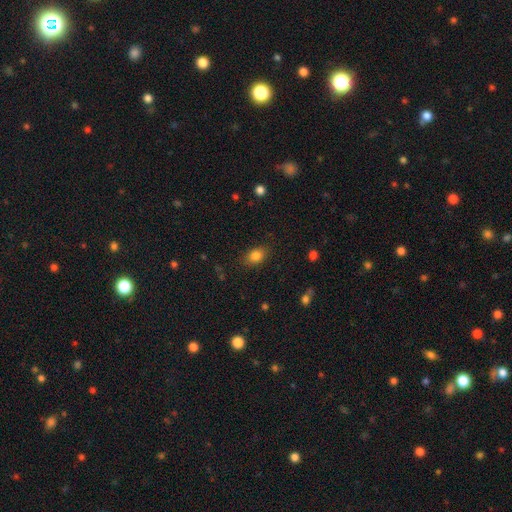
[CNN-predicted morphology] smooth 82%, star or artifact 10%, featured or disk 7%. Down the decision tree: how rounded — in between (75%); merging — none (84%).